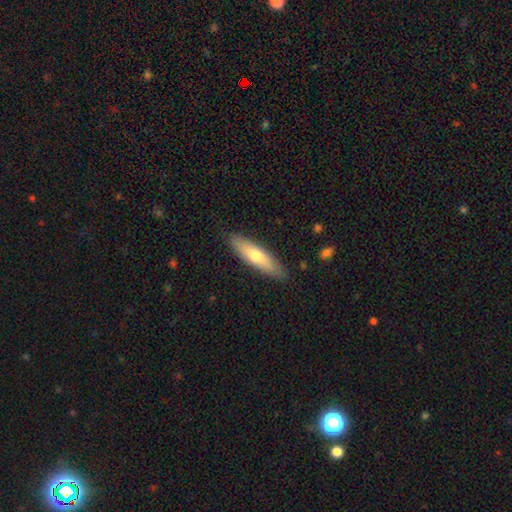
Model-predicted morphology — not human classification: Smooth or featured? Predicted: smooth (p=0.65). How rounded? Predicted: cigar-shaped (p=0.69). Merging? Predicted: none (p=0.86).